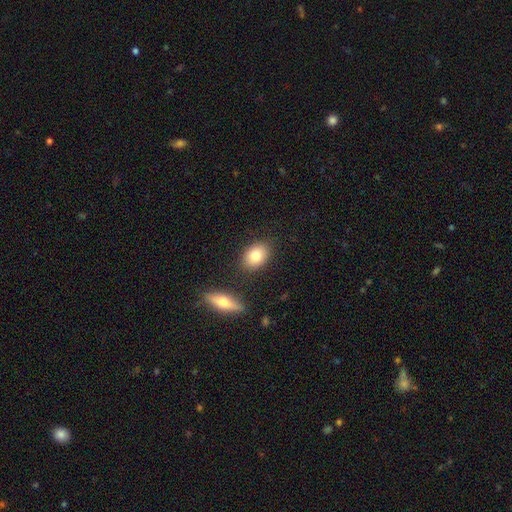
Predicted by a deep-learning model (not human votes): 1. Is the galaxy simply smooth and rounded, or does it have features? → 79% smooth, 13% featured or disk, 8% star or artifact.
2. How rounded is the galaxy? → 73% in between, 25% round, 2% cigar-shaped.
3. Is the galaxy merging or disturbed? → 83% none, 9% minor disturbance, 5% merger, 3% major disturbance.